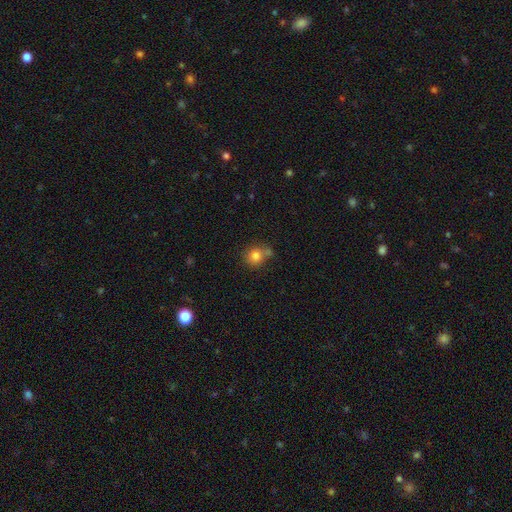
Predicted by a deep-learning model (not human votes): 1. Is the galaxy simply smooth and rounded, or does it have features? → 82% smooth, 11% star or artifact, 8% featured or disk.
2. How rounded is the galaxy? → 84% round, 15% in between, 1% cigar-shaped.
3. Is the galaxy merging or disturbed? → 60% none, 22% merger, 14% minor disturbance, 4% major disturbance.